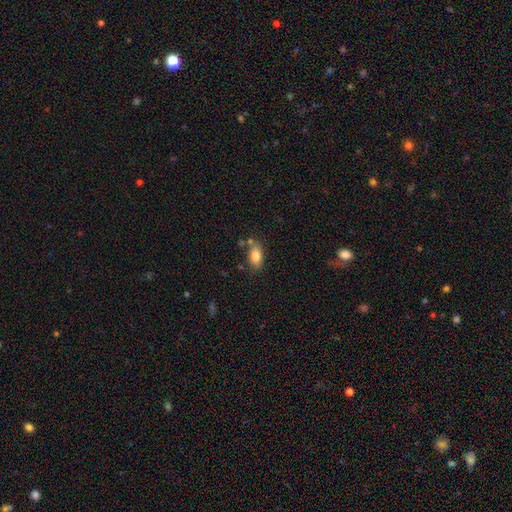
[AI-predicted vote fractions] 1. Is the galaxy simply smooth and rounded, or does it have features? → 83% smooth, 9% featured or disk, 8% star or artifact.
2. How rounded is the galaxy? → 88% in between, 7% round, 5% cigar-shaped.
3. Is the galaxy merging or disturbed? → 71% none, 15% minor disturbance, 10% merger, 4% major disturbance.